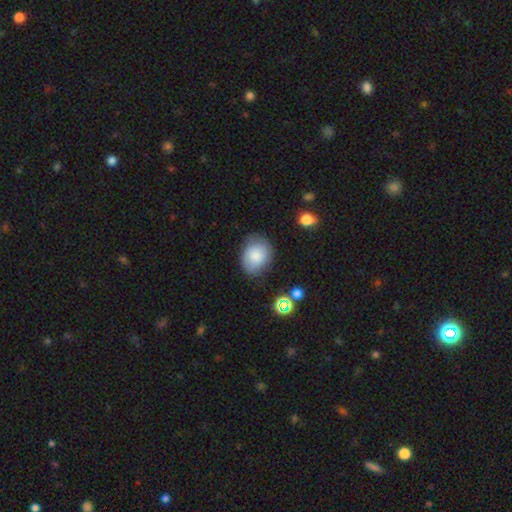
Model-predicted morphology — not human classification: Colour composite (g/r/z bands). It shows a smooth galaxy with no disk features (78%) that is in between round and cigar-shaped (59%). Merging: none (68%).